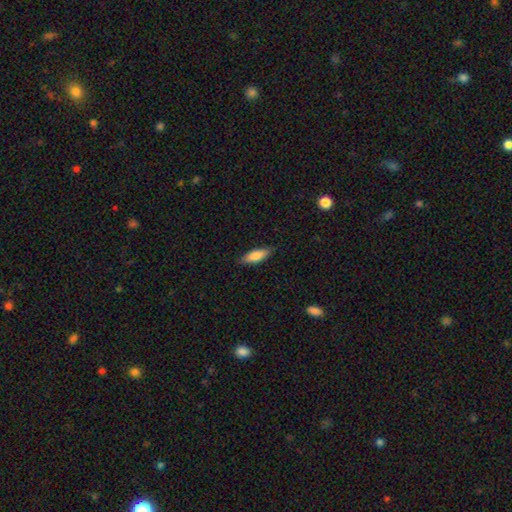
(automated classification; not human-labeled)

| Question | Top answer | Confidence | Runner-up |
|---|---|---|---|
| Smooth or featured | smooth | 80% | featured or disk (14%) |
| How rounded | in between | 58% | cigar-shaped (40%) |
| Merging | none | 85% | minor disturbance (12%) |